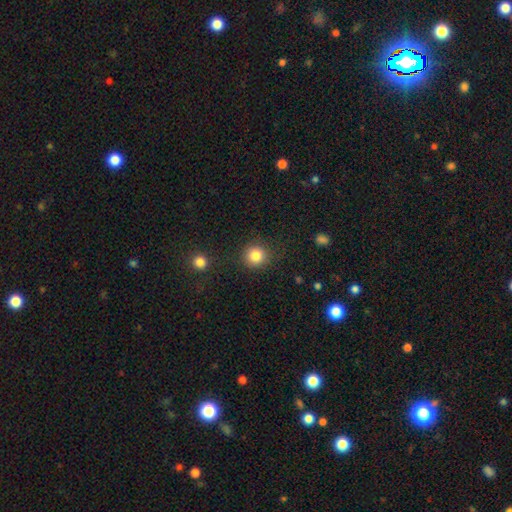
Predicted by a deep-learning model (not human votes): This appears to be a smooth galaxy with no disk features (84%) that is round (92%). Merging: none (86%).